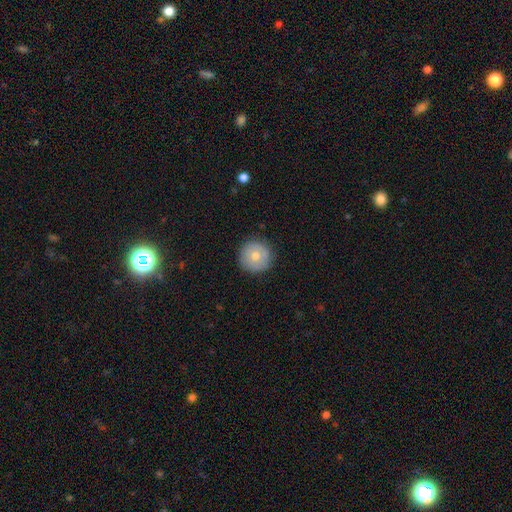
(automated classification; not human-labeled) Smooth or featured? smooth (64%)
How rounded? round (95%)
Merging? none (87%)